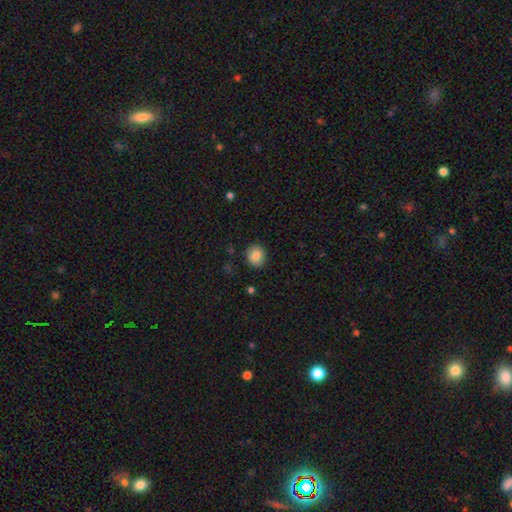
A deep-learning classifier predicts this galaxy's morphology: smooth-or-featured: smooth: 84% | star or artifact: 9% | featured or disk: 7%
  how-rounded: round: 77% | in between: 22% | cigar-shaped: 1%
  merging: none: 89% | minor disturbance: 8% | major disturbance: 2% | merger: 1%